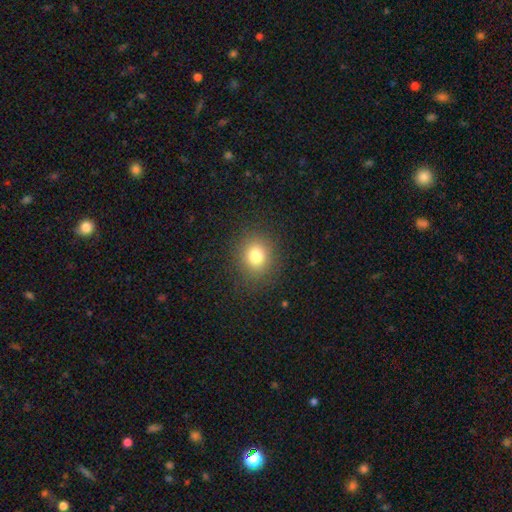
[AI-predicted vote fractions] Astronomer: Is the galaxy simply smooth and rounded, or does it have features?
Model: smooth — 79%.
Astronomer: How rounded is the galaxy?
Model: round — 77%.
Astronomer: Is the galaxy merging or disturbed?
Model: none — 87%.